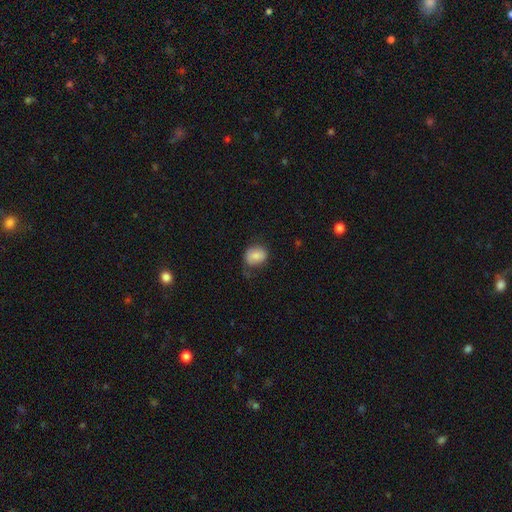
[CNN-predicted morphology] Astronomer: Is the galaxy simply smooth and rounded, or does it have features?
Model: smooth — 78%.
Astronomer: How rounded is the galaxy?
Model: round — 57% (runner-up: in between, 42%).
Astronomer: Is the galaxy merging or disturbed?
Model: none — 59%.